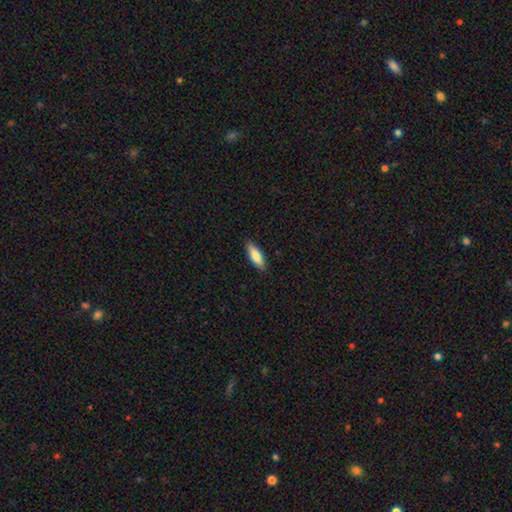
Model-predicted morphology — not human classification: The model was most divided on "how rounded": in between: 56%, cigar-shaped: 42%, round: 2%. More confident: merging — none (87%); smooth or featured — smooth (80%).